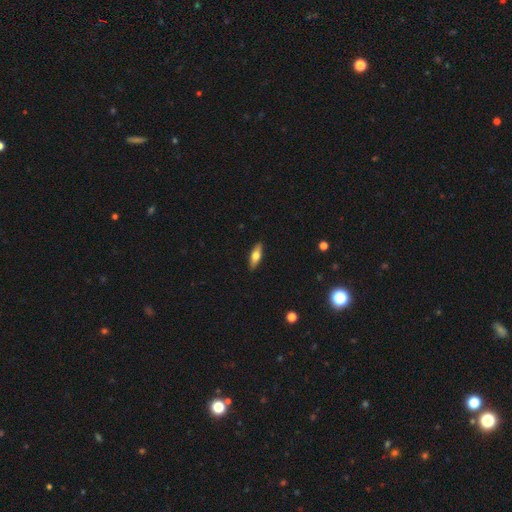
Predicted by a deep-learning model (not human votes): Smooth or featured?
  - smooth: 59% *
  - featured or disk: 35%
  - star or artifact: 6%
How rounded?
  - in between: 56% *
  - cigar-shaped: 41%
  - round: 3%
Merging?
  - none: 90% *
  - minor disturbance: 8%
  - major disturbance: 2%
  - merger: 1%